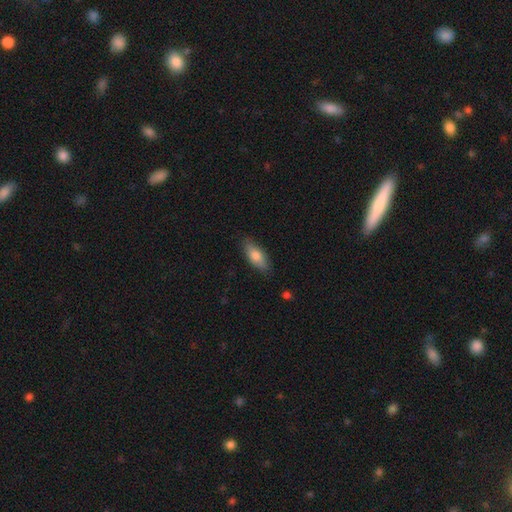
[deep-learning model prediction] Smooth or featured: smooth — 78% (featured or disk — 16%)
How rounded: in between — 78% (cigar-shaped — 20%)
Merging: none — 83% (minor disturbance — 14%)